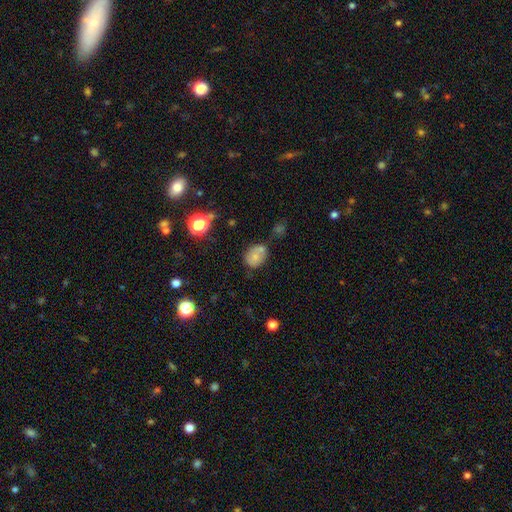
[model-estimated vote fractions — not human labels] smooth 67%, featured or disk 20%, star or artifact 12%. Down the decision tree: how rounded — in between (51%); merging — none (44%).